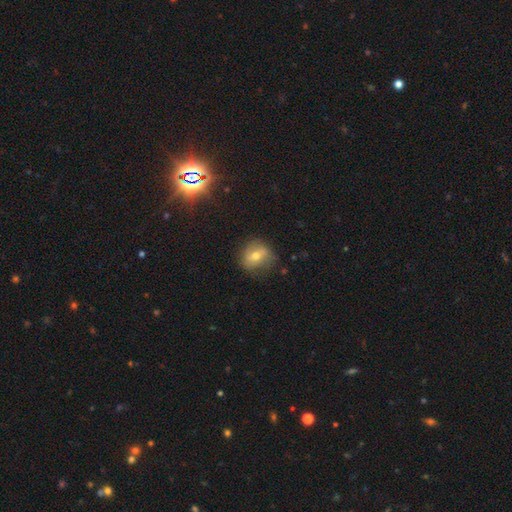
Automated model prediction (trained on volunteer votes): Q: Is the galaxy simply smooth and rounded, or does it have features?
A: smooth — 57%.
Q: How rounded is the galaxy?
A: round — 67%.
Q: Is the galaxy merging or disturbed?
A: none — 70%.